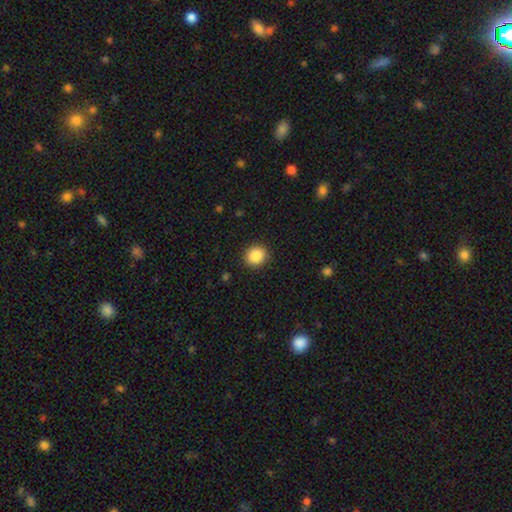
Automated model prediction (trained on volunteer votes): smooth-or-featured: smooth: 88% | star or artifact: 9% | featured or disk: 4%
  how-rounded: round: 82% | in between: 17% | cigar-shaped: 1%
  merging: none: 90% | minor disturbance: 6% | major disturbance: 2% | merger: 1%